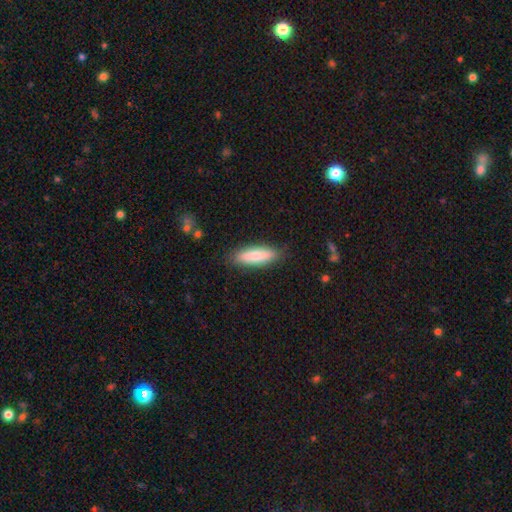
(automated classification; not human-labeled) Smooth or featured?
  - smooth: 81% *
  - featured or disk: 13%
  - star or artifact: 6%
How rounded?
  - cigar-shaped: 60% *
  - in between: 38%
  - round: 2%
Merging?
  - none: 86% *
  - minor disturbance: 11%
  - major disturbance: 2%
  - merger: 1%